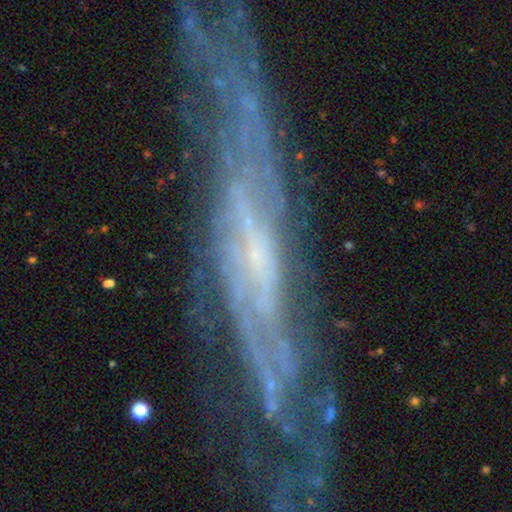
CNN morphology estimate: A featured or disk galaxy (82%). Merging: none (65%).